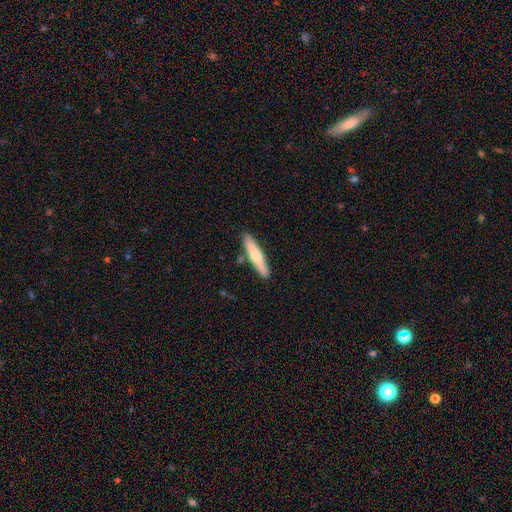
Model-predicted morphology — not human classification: A smooth galaxy with no disk features (62%) that is cigar-shaped (87%). Merging: none (84%).